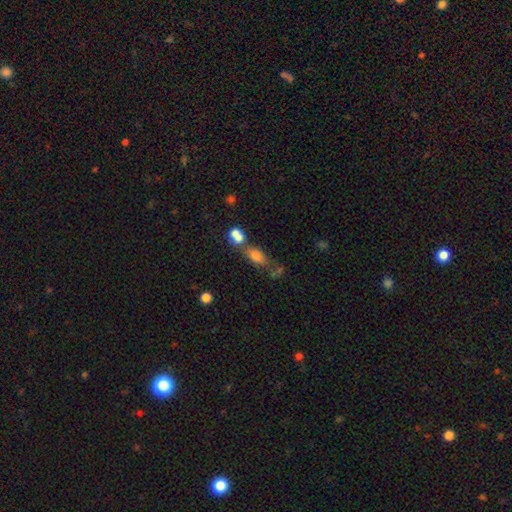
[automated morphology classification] smooth-or-featured: smooth: 72% | featured or disk: 16% | star or artifact: 12%
  how-rounded: in between: 76% | cigar-shaped: 12% | round: 11%
  merging: none: 40% | merger: 38% | minor disturbance: 13% | major disturbance: 8%